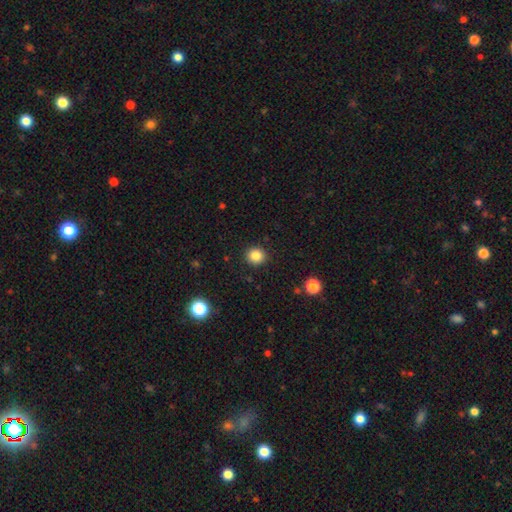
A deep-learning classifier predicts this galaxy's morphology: Smooth or featured?
  - smooth: 84% *
  - star or artifact: 11%
  - featured or disk: 4%
How rounded?
  - round: 88% *
  - in between: 11%
  - cigar-shaped: 1%
Merging?
  - none: 91% *
  - minor disturbance: 6%
  - major disturbance: 2%
  - merger: 1%